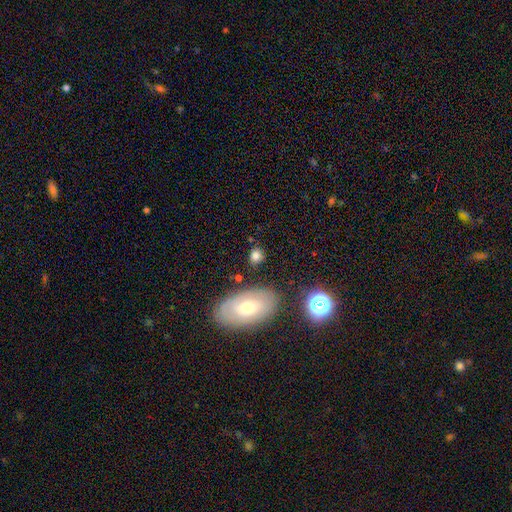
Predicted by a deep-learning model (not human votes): Morphology: type=smooth (77%); roundness=round (54%); merging=none (75%).